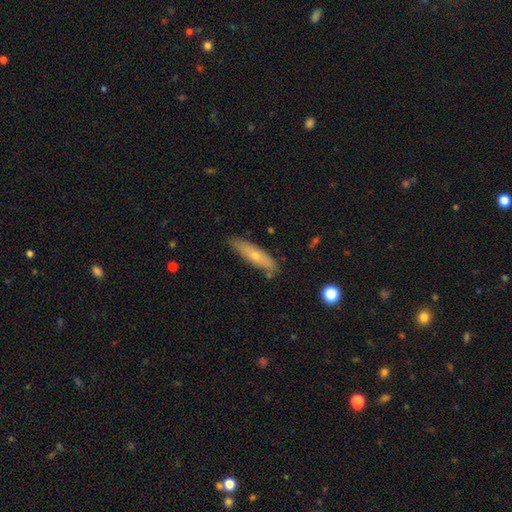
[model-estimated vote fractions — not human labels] Overall: smooth (58%; featured or disk 35%). How rounded: cigar-shaped (74%). Merging: none (79%).